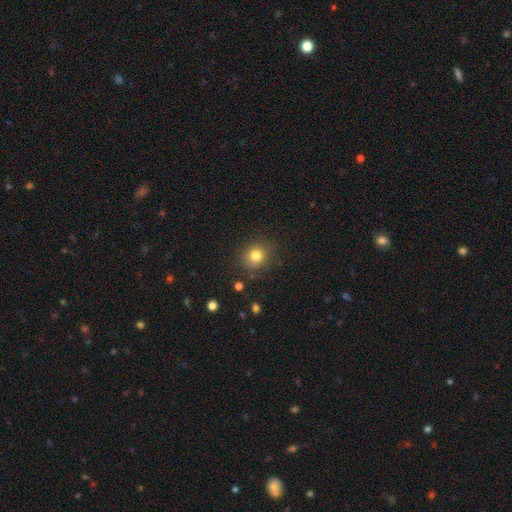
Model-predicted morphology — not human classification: This appears to be a smooth galaxy with no disk features (80%) that is round (85%). Merging: none (86%).